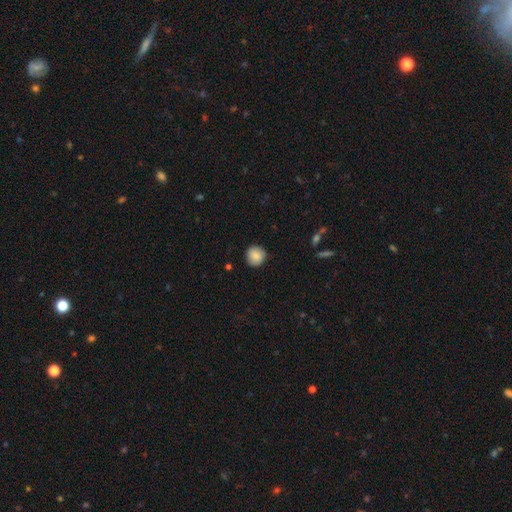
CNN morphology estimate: type=smooth (86%); roundness=round (91%); merging=none (88%).